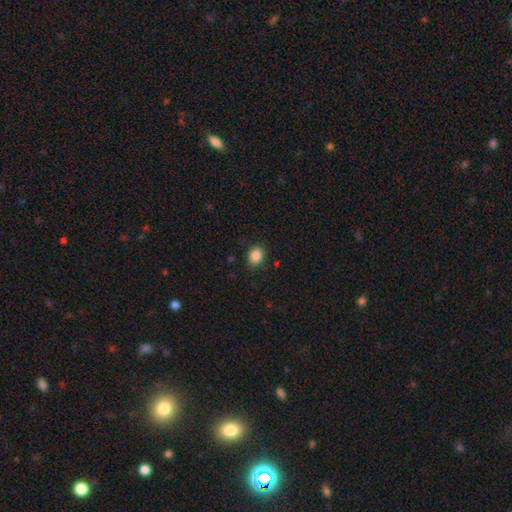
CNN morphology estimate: Smooth or featured? Predicted: smooth (p=0.87). How rounded? Predicted: in between (p=0.56). Merging? Predicted: none (p=0.86).